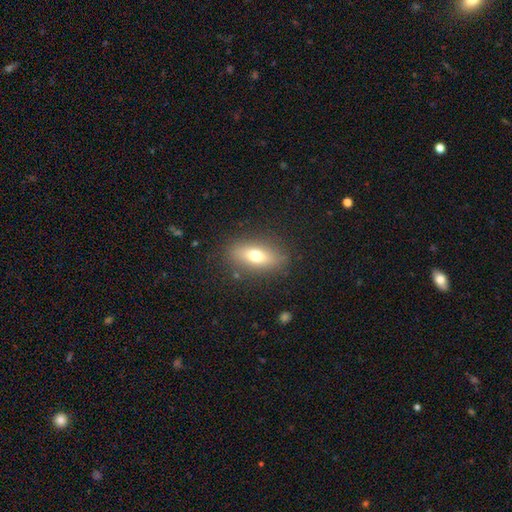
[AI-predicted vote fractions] smooth_or_featured: smooth (p=0.69) [alt: featured or disk p=0.21]
how_rounded: in between (p=0.76) [alt: cigar-shaped p=0.17]
merging: none (p=0.85) [alt: minor disturbance p=0.10]